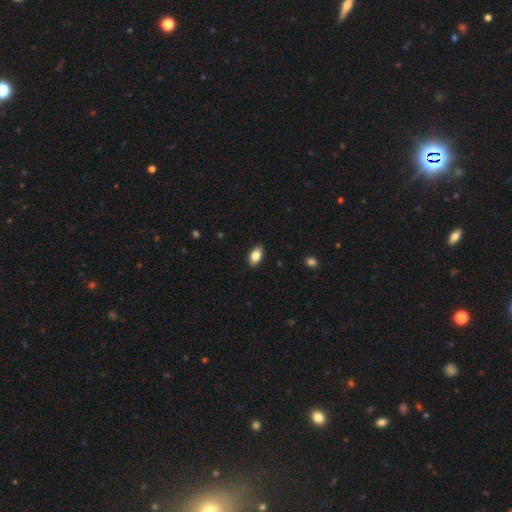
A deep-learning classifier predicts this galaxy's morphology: This is clearly a smooth galaxy (81%). How rounded: clearly in between (91%). Merging: clearly none (89%).